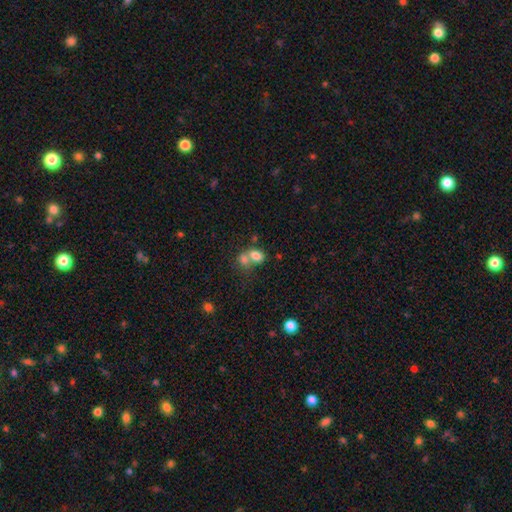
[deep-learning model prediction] Smooth or featured: smooth — 77% (featured or disk — 13%)
How rounded: in between — 70% (round — 29%)
Merging: merger — 62% (none — 26%)